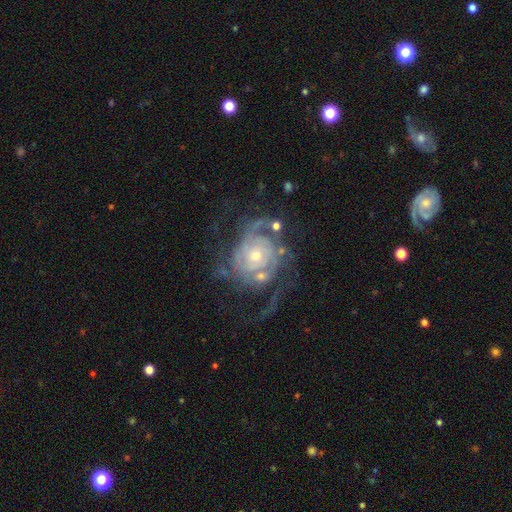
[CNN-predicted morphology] smooth_or_featured: featured or disk (p=0.86) [alt: smooth p=0.07]
disk_edge_on: no (p=0.98) [alt: yes p=0.02]
bar: no (p=0.79) [alt: weak p=0.16]
has_spiral_arms: yes (p=0.93) [alt: no p=0.07]
spiral_winding: tight (p=0.57) [alt: medium p=0.30]
spiral_arm_count: can't tell (p=0.28) [alt: 2 p=0.27]
bulge_size: small (p=0.59) [alt: moderate p=0.36]
merging: none (p=0.49) [alt: major disturbance p=0.25]